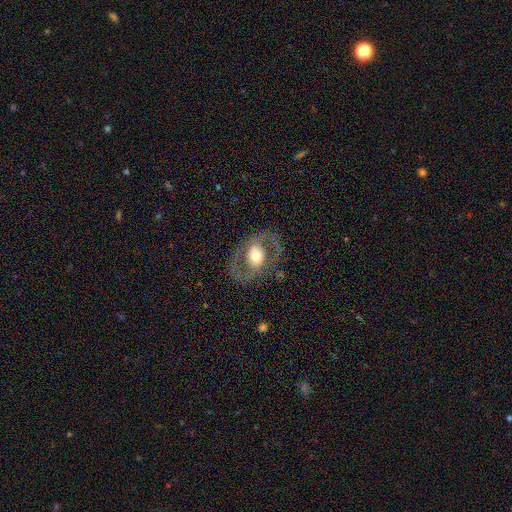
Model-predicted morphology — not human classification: A featured or disk galaxy (66%) with no bar (65%), no spiral arms (55%) and a moderate central bulge (59%).

Vote fractions:
- Smooth or featured? featured or disk: 66% / smooth: 28% / star or artifact: 6%
- Edge-on disk? no: 94% / yes: 6%
- Bar? no: 65% / weak: 24% / strong: 12%
- Spiral arms? no: 55% / yes: 45%
- Bulge size? moderate: 59% / large: 30% / small: 7% / dominant: 3% / none: 1%
- Merging? none: 74% / minor disturbance: 12% / major disturbance: 12% / merger: 1%